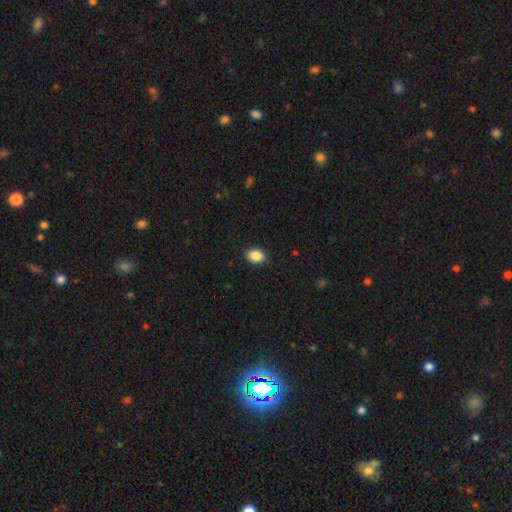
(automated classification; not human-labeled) Morphology: type=smooth (88%); roundness=in between (66%); merging=none (90%).